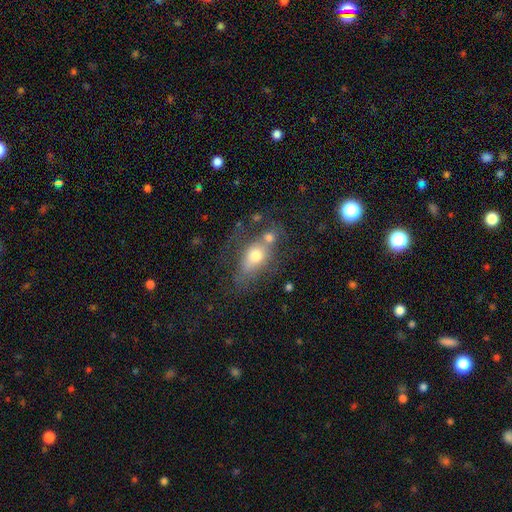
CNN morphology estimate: The model was most divided on "merging": none: 40%, merger: 26%, minor disturbance: 20%, major disturbance: 15%. More confident: how rounded — in between (71%); smooth or featured — smooth (63%).